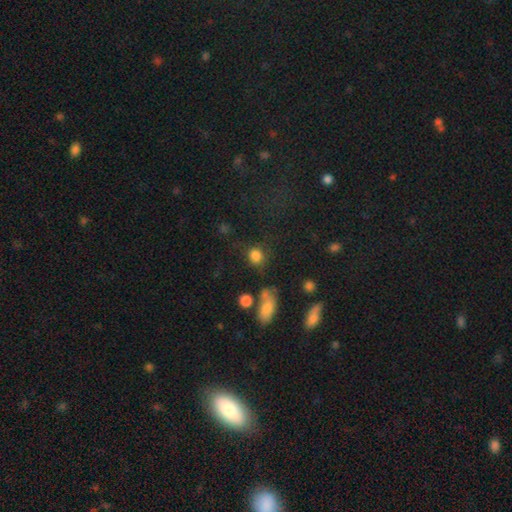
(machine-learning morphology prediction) A smooth galaxy with no disk features (81%) that is round (71%). Merging: none (66%).